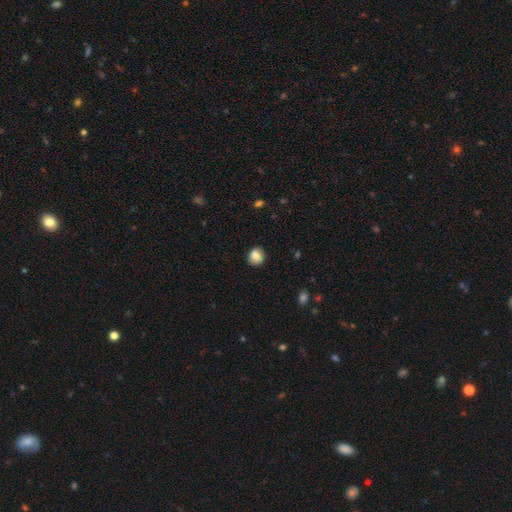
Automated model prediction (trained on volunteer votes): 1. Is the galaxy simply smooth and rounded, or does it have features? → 85% smooth, 9% star or artifact, 6% featured or disk.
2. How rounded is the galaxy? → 79% round, 21% in between, 1% cigar-shaped.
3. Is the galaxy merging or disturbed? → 82% none, 13% minor disturbance, 3% major disturbance, 2% merger.